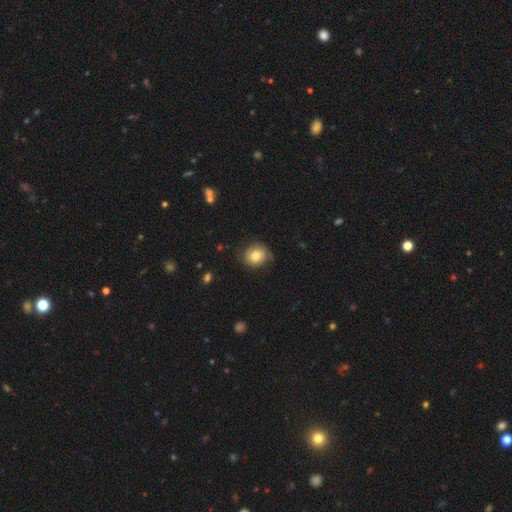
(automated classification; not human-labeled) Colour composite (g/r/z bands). It shows a smooth galaxy with no disk features (61%) that is round (71%). Merging: none (69%).